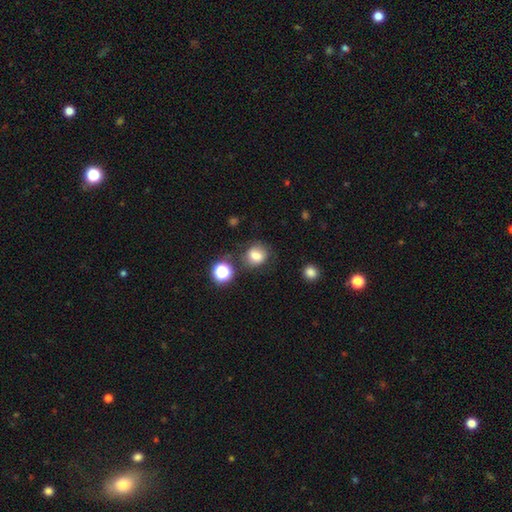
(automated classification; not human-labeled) This appears to be a smooth galaxy with no disk features (77%) that is round (63%). Merging: none (69%).